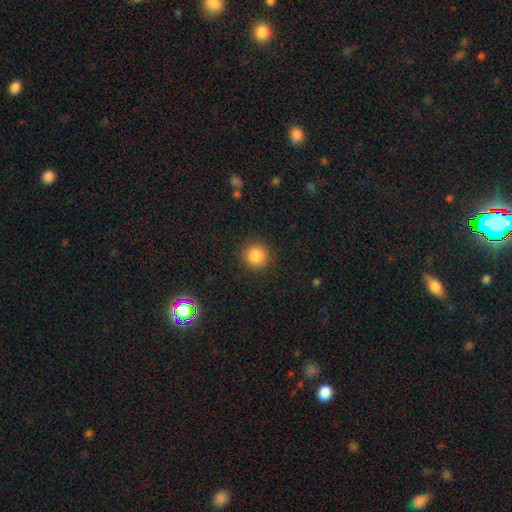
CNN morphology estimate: The model was most divided on "smooth or featured": smooth: 86%, star or artifact: 11%, featured or disk: 4%. More confident: how rounded — round (94%); merging — none (91%).